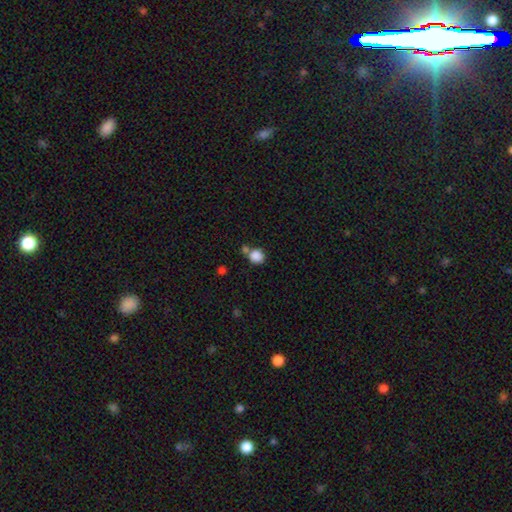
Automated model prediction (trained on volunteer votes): This is clearly a smooth galaxy (86%). How rounded: clearly round (81%). Merging: possibly none (58%).